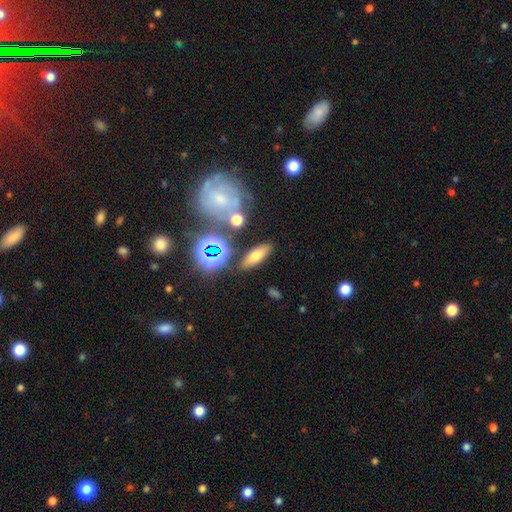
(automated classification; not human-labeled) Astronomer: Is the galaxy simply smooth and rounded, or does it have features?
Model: smooth — 63%.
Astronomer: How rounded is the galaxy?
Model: in between — 58%.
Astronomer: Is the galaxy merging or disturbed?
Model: none — 81%.